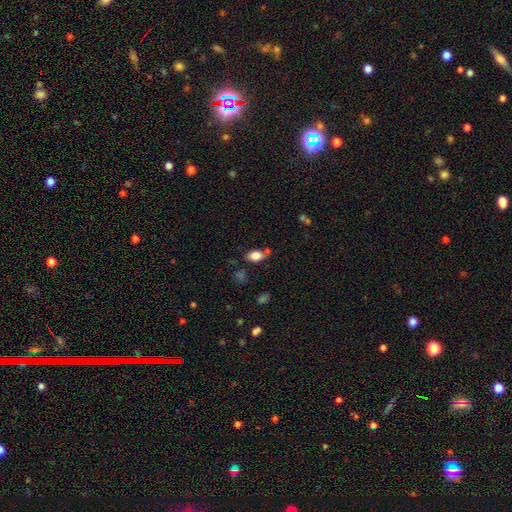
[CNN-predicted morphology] Overall: smooth (82%). How rounded: in between (88%). Merging: none (67%).